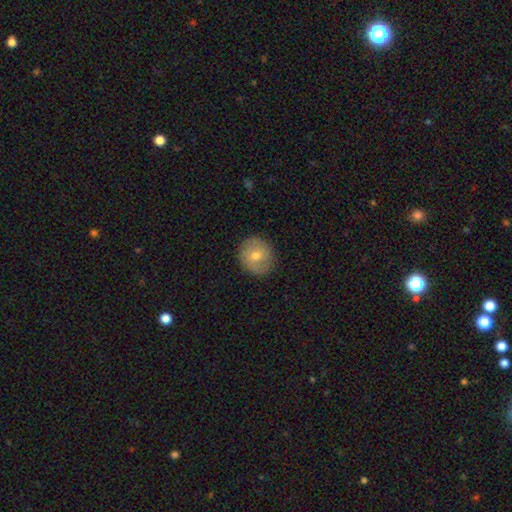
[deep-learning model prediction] Morphology: type=smooth (66%); roundness=round (83%); merging=none (87%).